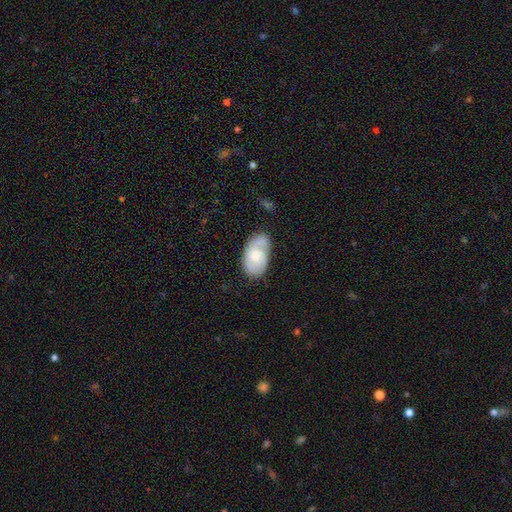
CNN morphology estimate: A featured or disk galaxy (49%).

Vote fractions:
- Smooth or featured? featured or disk: 49% / smooth: 44% / star or artifact: 6%
- Merging? none: 65% / minor disturbance: 25% / major disturbance: 8% / merger: 2%